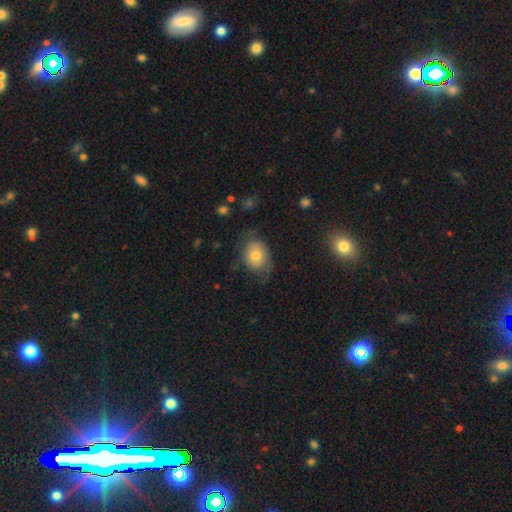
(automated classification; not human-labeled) smooth_or_featured: smooth (p=0.63) [alt: featured or disk p=0.28]
how_rounded: in between (p=0.59) [alt: round p=0.40]
merging: none (p=0.53) [alt: minor disturbance p=0.27]